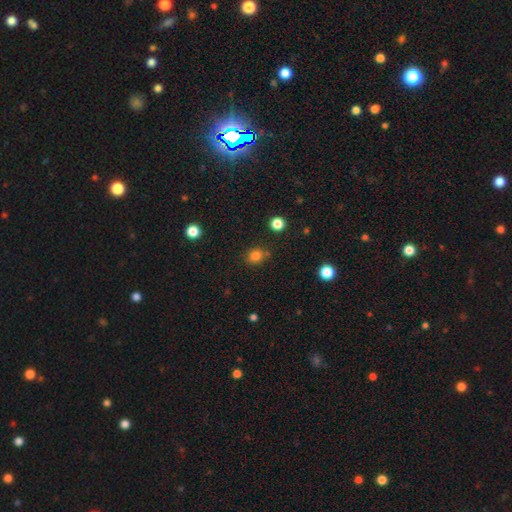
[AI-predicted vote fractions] Smooth or featured?
  - smooth: 81% *
  - star or artifact: 14%
  - featured or disk: 5%
How rounded?
  - round: 79% *
  - in between: 20%
  - cigar-shaped: 1%
Merging?
  - none: 77% *
  - minor disturbance: 12%
  - merger: 7%
  - major disturbance: 3%